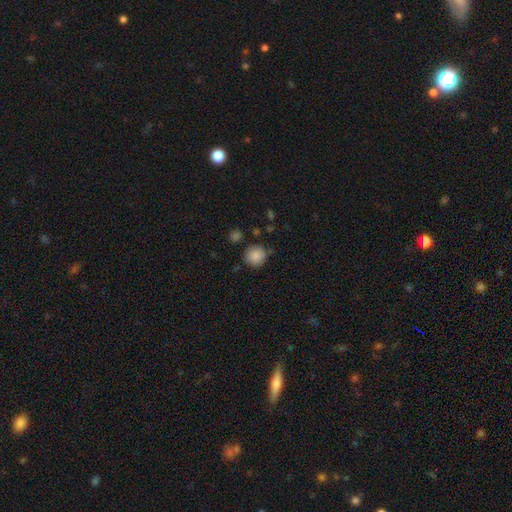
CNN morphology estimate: smooth 86%, star or artifact 9%, featured or disk 5%. Down the decision tree: how rounded — round (91%); merging — none (82%).